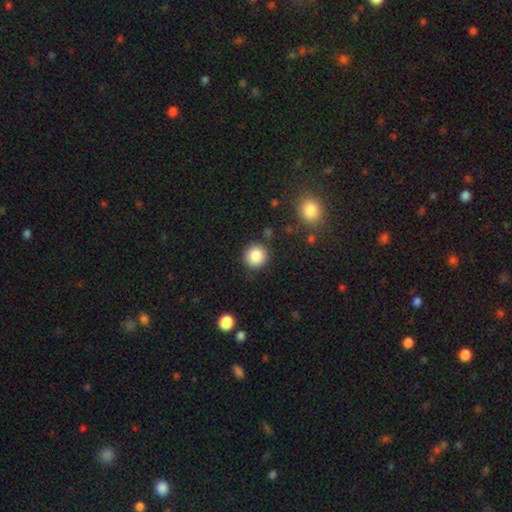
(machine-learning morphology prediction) A smooth galaxy with no disk features (86%) that is round (93%). Merging: none (88%).